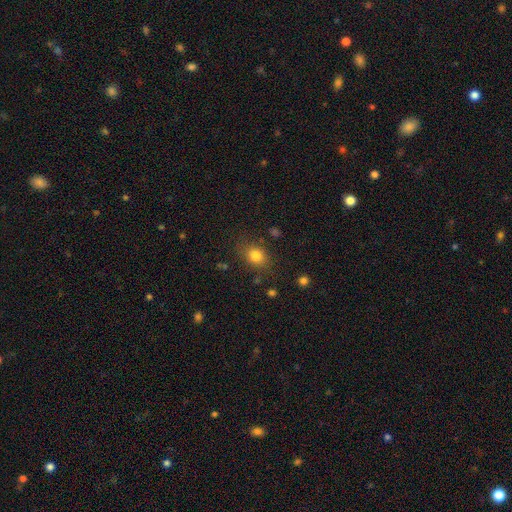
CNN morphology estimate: Smooth or featured? Predicted: smooth (p=0.81). How rounded? Predicted: in between (p=0.51). Merging? Predicted: none (p=0.79).